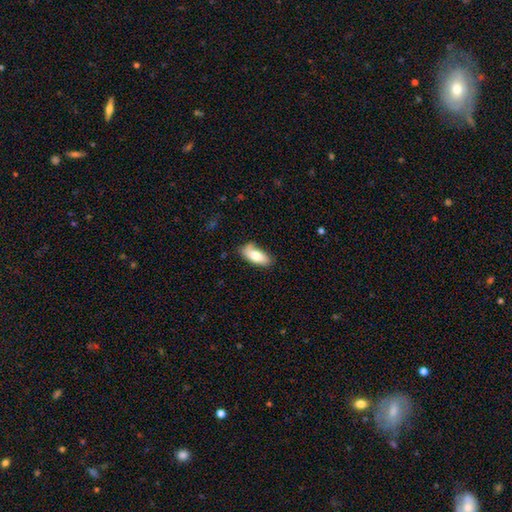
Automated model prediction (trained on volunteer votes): Q: Smooth or featured?
A: smooth (79%); runner-up: featured or disk (15%)
Q: How rounded?
A: in between (86%); runner-up: cigar-shaped (12%)
Q: Merging?
A: none (68%); runner-up: minor disturbance (24%)